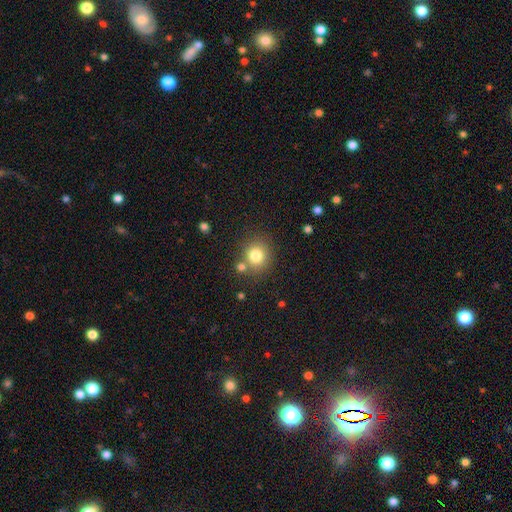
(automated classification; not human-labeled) This is likely a smooth galaxy (80%). How rounded: clearly round (84%). Merging: likely none (73%).